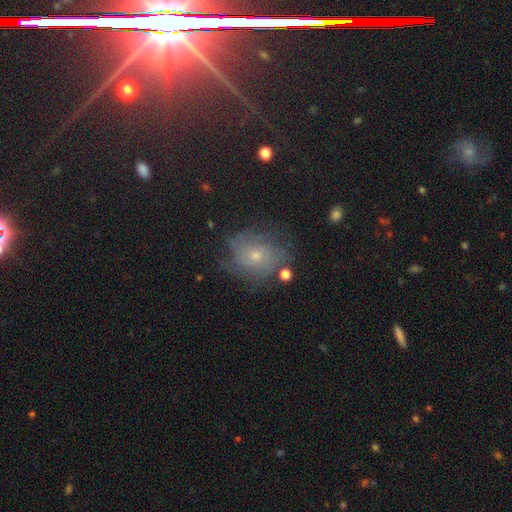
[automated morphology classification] type=featured or disk (58%); edge-on=no (96%); bar=no (82%); spiral arms=yes (84%); bulge=small (66%); merging=none (65%).